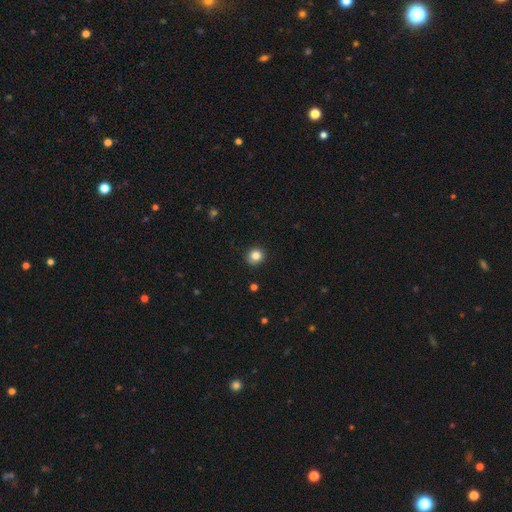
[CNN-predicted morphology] Smooth or featured: smooth — 84% (star or artifact — 11%)
How rounded: round — 90% (in between — 9%)
Merging: none — 91% (minor disturbance — 7%)